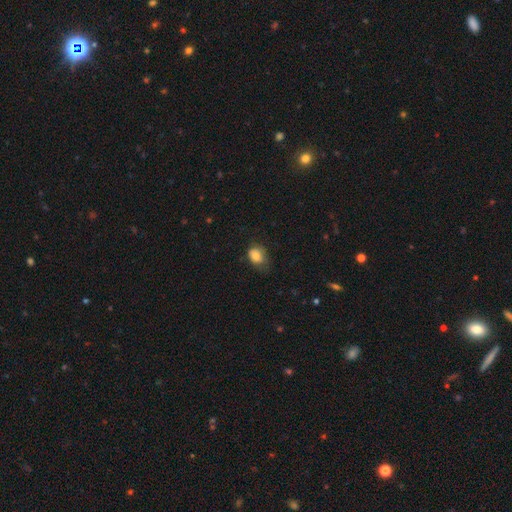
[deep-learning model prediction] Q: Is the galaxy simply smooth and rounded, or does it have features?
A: smooth — 81%.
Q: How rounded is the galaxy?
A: in between — 63%.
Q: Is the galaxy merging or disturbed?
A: none — 49%.